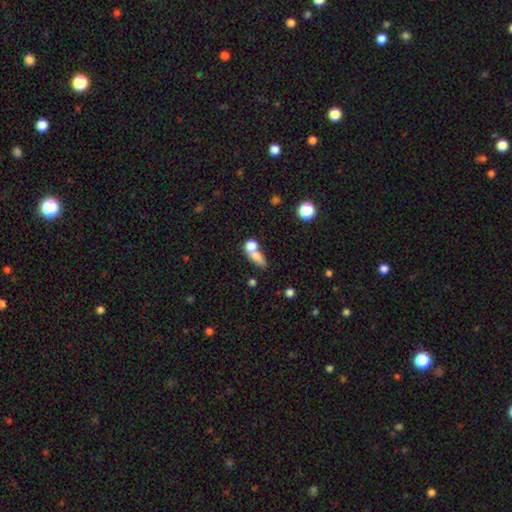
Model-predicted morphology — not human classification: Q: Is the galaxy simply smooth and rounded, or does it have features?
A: smooth — 72%.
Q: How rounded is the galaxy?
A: in between — 49%.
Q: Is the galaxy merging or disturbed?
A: merger — 51%.